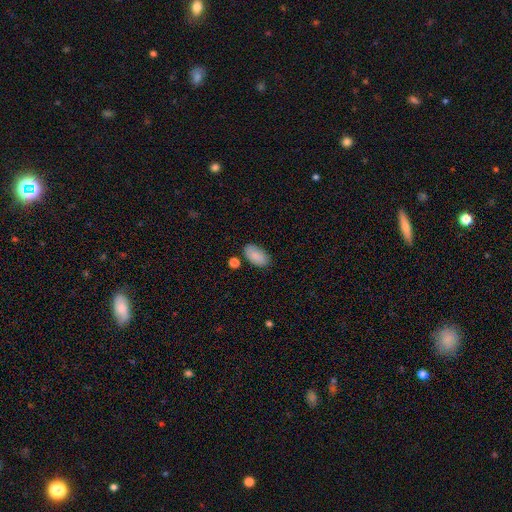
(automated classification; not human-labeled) Smooth or featured: smooth — 87% (star or artifact — 7%)
How rounded: in between — 95% (round — 3%)
Merging: none — 78% (minor disturbance — 14%)